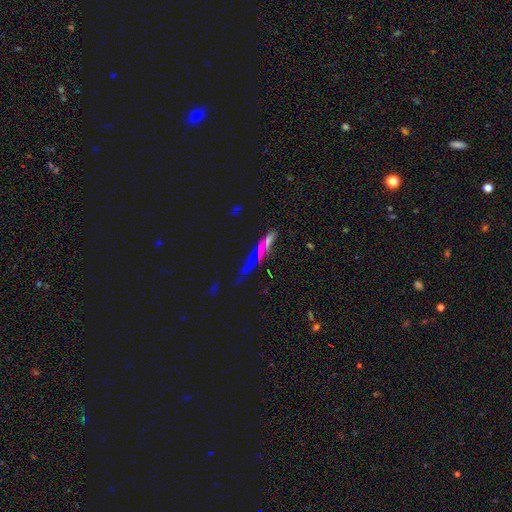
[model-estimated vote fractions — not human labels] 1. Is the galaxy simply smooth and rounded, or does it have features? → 48% star or artifact, 33% smooth, 19% featured or disk.